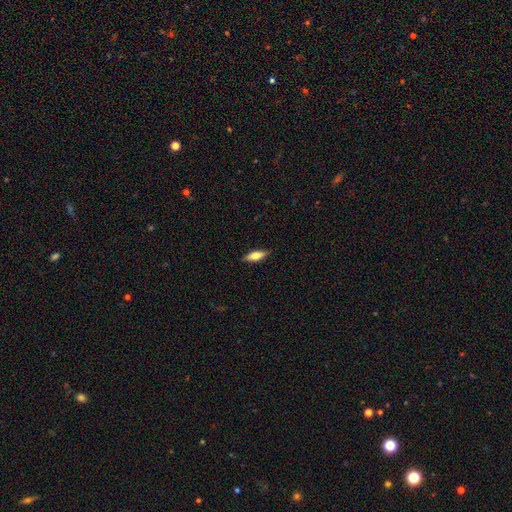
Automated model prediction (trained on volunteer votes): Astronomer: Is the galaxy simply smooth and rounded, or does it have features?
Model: smooth — 62%.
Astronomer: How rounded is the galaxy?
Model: in between — 57% (runner-up: cigar-shaped, 41%).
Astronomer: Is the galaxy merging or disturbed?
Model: none — 88%.